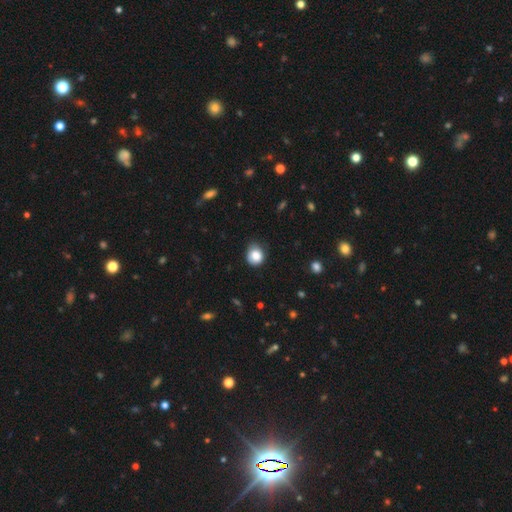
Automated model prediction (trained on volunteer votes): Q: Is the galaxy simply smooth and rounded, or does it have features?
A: smooth — 84%.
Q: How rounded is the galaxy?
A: round — 76%.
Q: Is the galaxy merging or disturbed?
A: none — 67%.